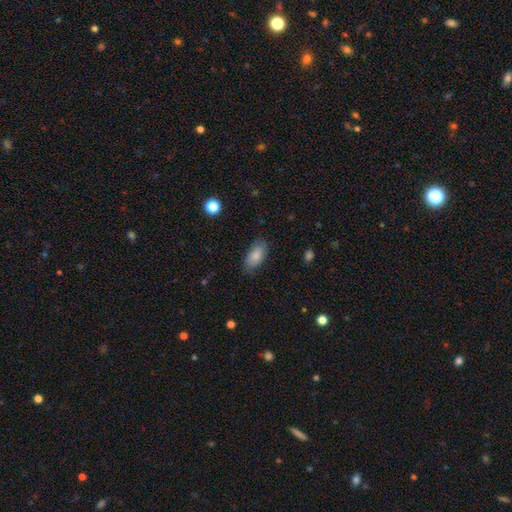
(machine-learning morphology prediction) smooth-or-featured: smooth: 85% | featured or disk: 8% | star or artifact: 7%
  how-rounded: in between: 91% | cigar-shaped: 6% | round: 3%
  merging: none: 78% | minor disturbance: 17% | major disturbance: 4% | merger: 1%